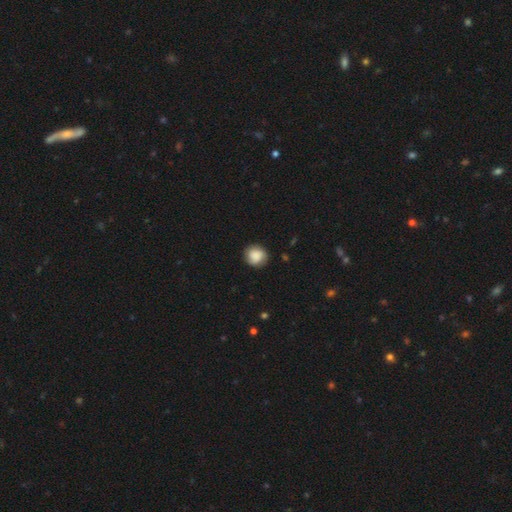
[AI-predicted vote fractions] Smooth or featured? smooth (81%)
How rounded? round (88%)
Merging? none (83%)